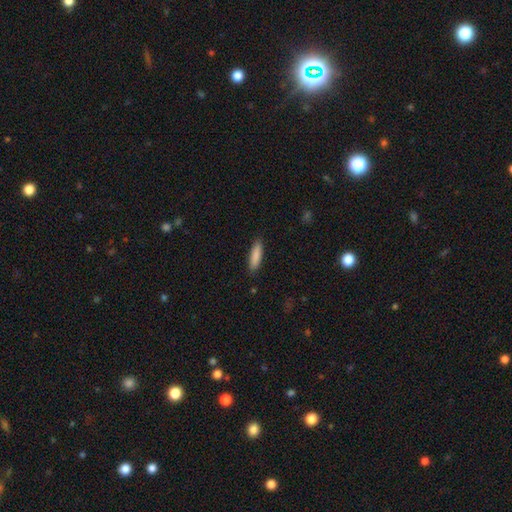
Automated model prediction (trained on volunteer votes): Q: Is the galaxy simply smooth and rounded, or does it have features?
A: smooth — 87%.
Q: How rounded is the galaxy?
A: cigar-shaped — 65%.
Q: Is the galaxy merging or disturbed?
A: none — 88%.